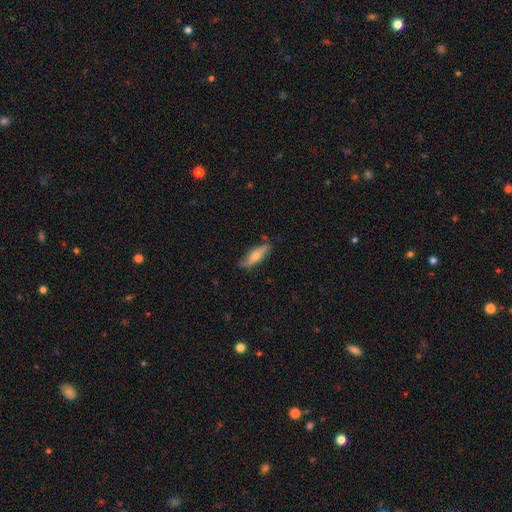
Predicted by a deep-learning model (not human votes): Morphology: type=smooth (58%); roundness=cigar-shaped (54%); merging=none (76%).